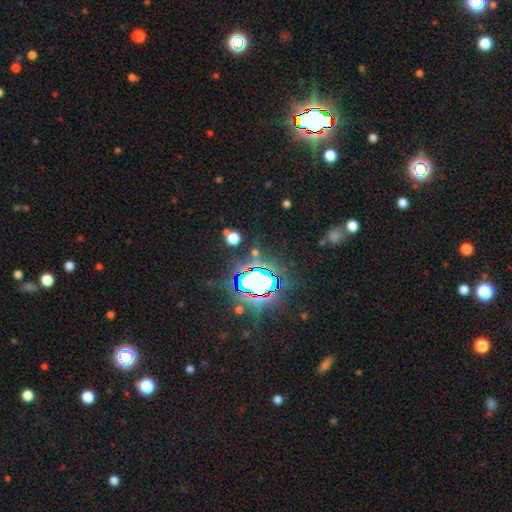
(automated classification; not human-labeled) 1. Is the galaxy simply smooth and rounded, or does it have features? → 76% star or artifact, 14% smooth, 10% featured or disk.